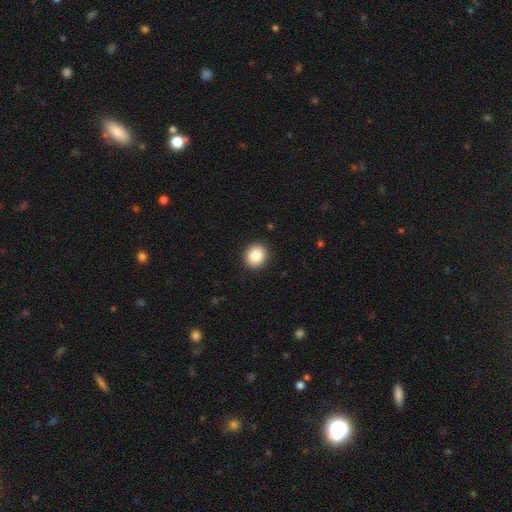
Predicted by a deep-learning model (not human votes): smooth-or-featured: smooth: 87% | star or artifact: 8% | featured or disk: 5%
  how-rounded: round: 75% | in between: 24% | cigar-shaped: 1%
  merging: none: 91% | minor disturbance: 6% | major disturbance: 2% | merger: 1%